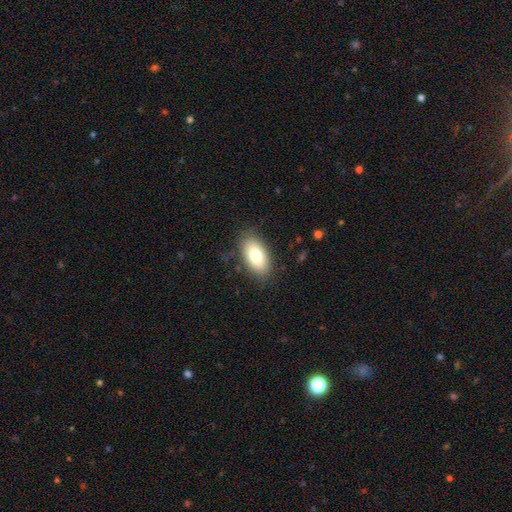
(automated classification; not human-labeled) smooth 78%, featured or disk 14%, star or artifact 7%. Down the decision tree: how rounded — in between (93%); merging — none (85%).